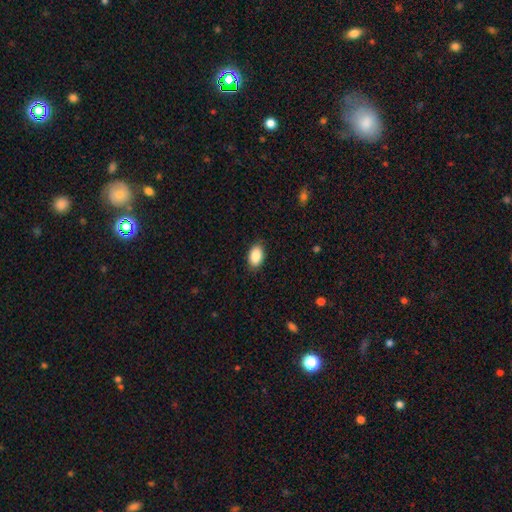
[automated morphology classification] Smooth or featured?
  - smooth: 89% *
  - star or artifact: 7%
  - featured or disk: 4%
How rounded?
  - in between: 92% *
  - round: 6%
  - cigar-shaped: 1%
Merging?
  - none: 87% *
  - minor disturbance: 10%
  - major disturbance: 2%
  - merger: 1%